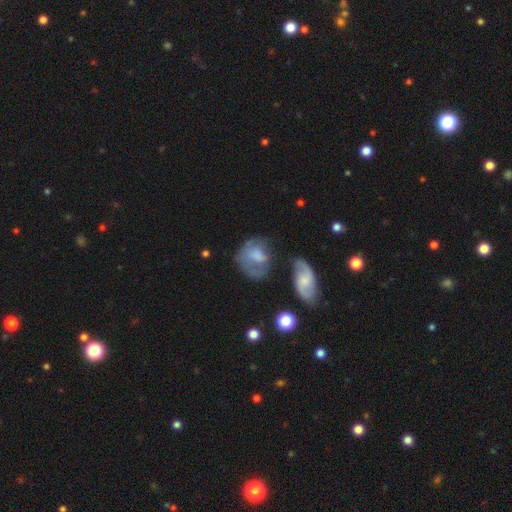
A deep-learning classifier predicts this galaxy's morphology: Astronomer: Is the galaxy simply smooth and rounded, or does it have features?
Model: smooth — 52% (runner-up: featured or disk, 40%).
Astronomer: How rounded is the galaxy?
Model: in between — 51% (runner-up: round, 47%).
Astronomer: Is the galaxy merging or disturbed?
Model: none — 34% (runner-up: major disturbance, 31%).